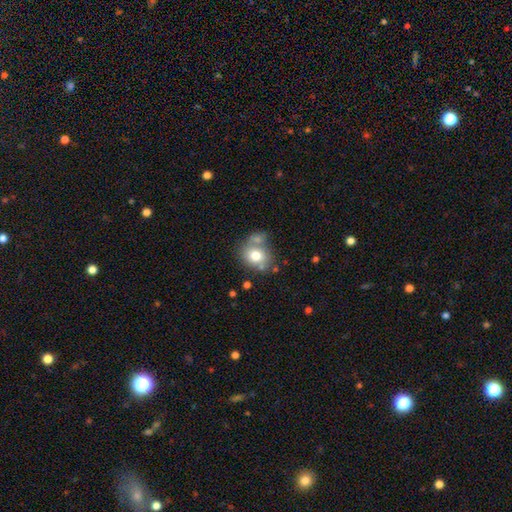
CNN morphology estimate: Q: Smooth or featured?
A: smooth (73%); runner-up: featured or disk (18%)
Q: How rounded?
A: round (64%); runner-up: in between (35%)
Q: Merging?
A: none (48%); runner-up: merger (31%)